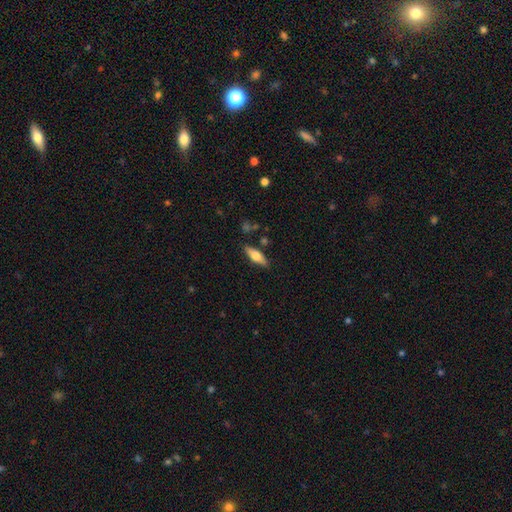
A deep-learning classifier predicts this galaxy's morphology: Smooth or featured? Predicted: smooth (p=0.56). How rounded? Predicted: in between (p=0.54). Merging? Predicted: none (p=0.84).